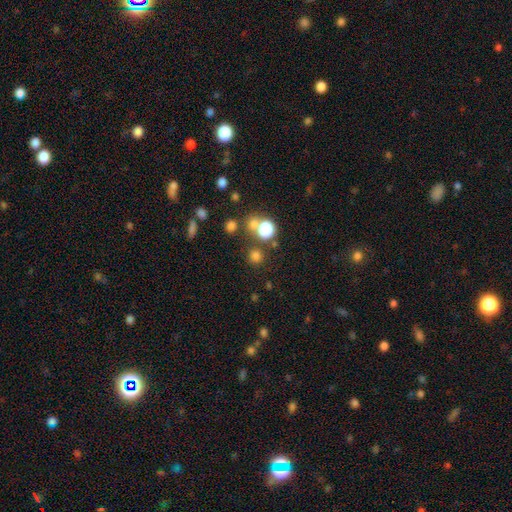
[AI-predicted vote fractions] A smooth galaxy with no disk features (73%) that is round (91%).

Vote fractions:
- Smooth or featured? smooth: 73% / star or artifact: 22% / featured or disk: 6%
- How rounded? round: 91% / in between: 8% / cigar-shaped: 1%
- Merging? none: 80% / merger: 9% / minor disturbance: 7% / major disturbance: 4%